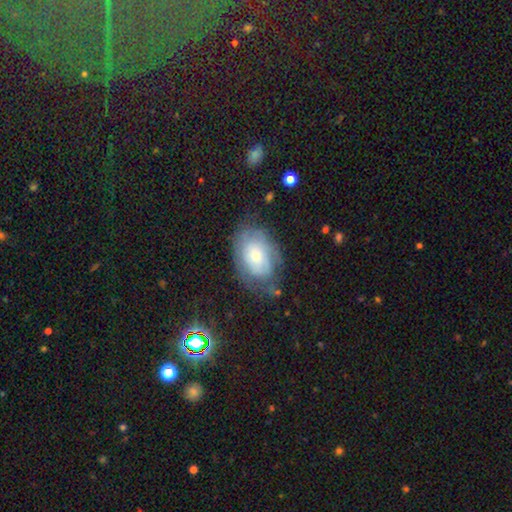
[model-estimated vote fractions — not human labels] smooth-or-featured: featured or disk: 51% | smooth: 40% | star or artifact: 9%
  disk-edge-on: no: 94% | yes: 6%
  merging: none: 57% | minor disturbance: 26% | major disturbance: 15% | merger: 2%